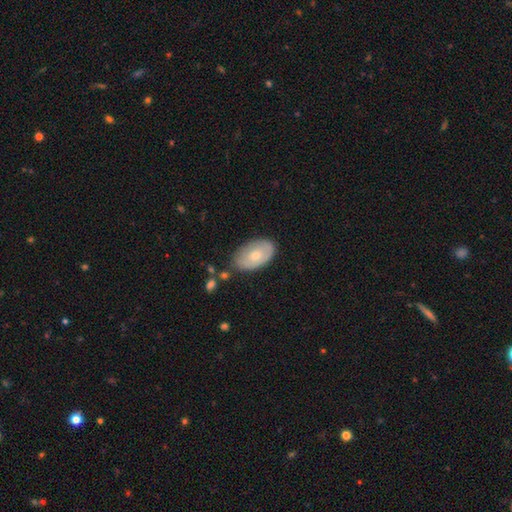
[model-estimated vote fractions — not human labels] smooth_or_featured: smooth (p=0.60) [alt: featured or disk p=0.34]
how_rounded: in between (p=0.93) [alt: round p=0.06]
merging: none (p=0.70) [alt: minor disturbance p=0.23]